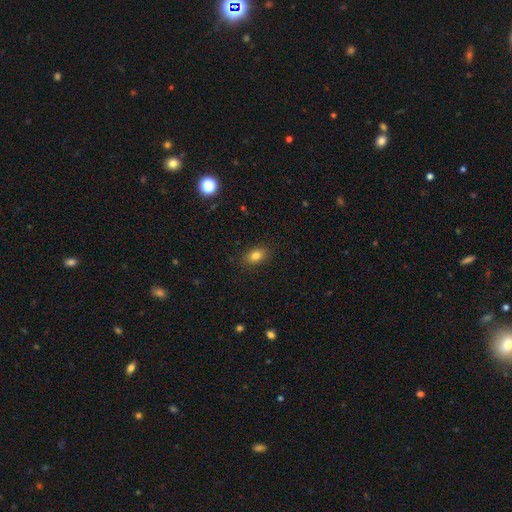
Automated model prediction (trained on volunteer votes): Overall: smooth (81%). How rounded: in between (84%). Merging: none (88%).